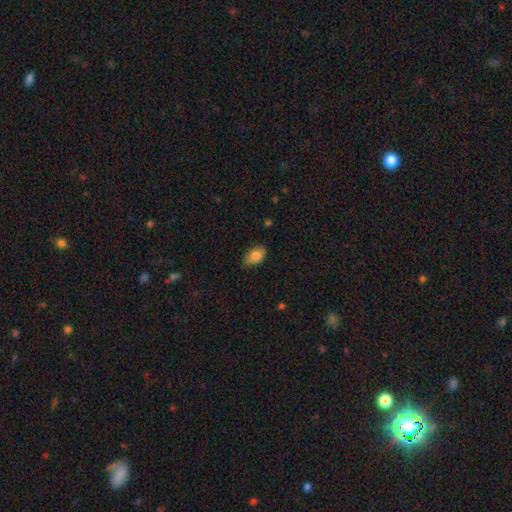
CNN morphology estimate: The model was most divided on "merging": none: 77%, minor disturbance: 19%, major disturbance: 3%, merger: 1%. More confident: how rounded — in between (91%); smooth or featured — smooth (83%).